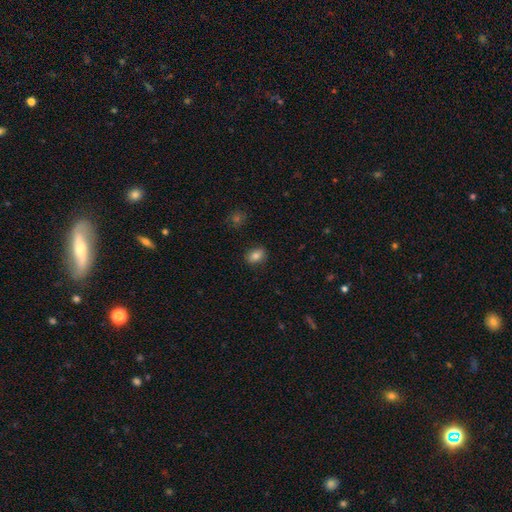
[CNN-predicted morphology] The model was most divided on "how rounded": in between: 72%, round: 27%, cigar-shaped: 1%. More confident: merging — none (87%); smooth or featured — smooth (84%).